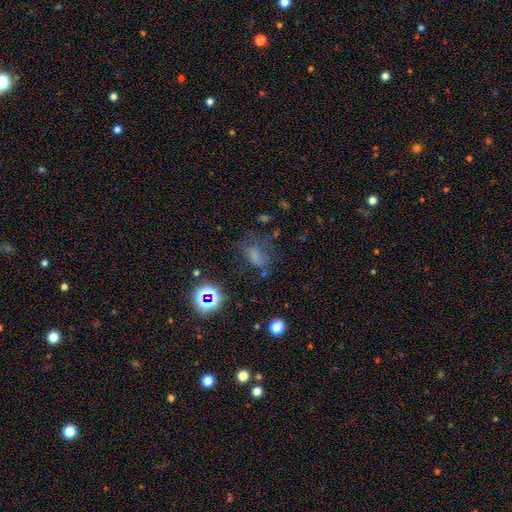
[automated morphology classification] A smooth galaxy with no disk features (60%) that is in between round and cigar-shaped (80%).

Vote fractions:
- Smooth or featured? smooth: 60% / star or artifact: 25% / featured or disk: 15%
- How rounded? in between: 80% / round: 16% / cigar-shaped: 4%
- Merging? none: 50% / minor disturbance: 24% / major disturbance: 21% / merger: 4%